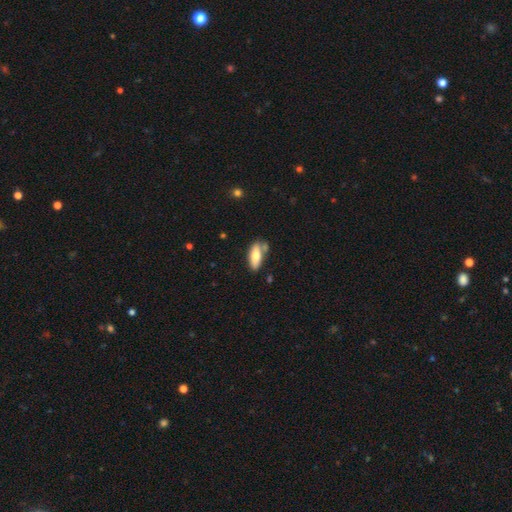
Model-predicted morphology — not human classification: This appears to be a smooth galaxy with no disk features (70%) that is in between round and cigar-shaped (74%). Merging: none (64%).